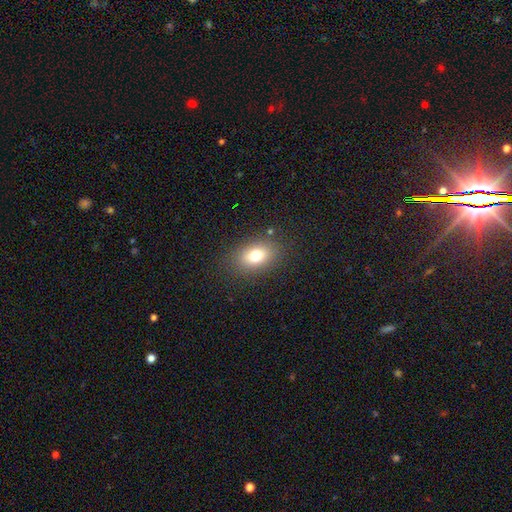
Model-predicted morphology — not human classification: Smooth or featured?
  - smooth: 75% *
  - featured or disk: 14%
  - star or artifact: 12%
How rounded?
  - in between: 78% *
  - round: 20%
  - cigar-shaped: 2%
Merging?
  - none: 84% *
  - minor disturbance: 10%
  - major disturbance: 4%
  - merger: 2%